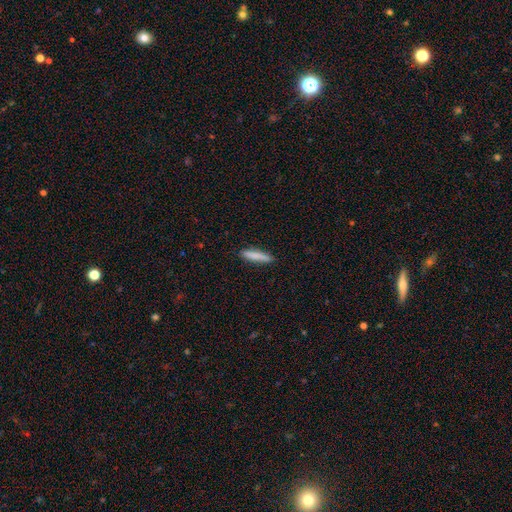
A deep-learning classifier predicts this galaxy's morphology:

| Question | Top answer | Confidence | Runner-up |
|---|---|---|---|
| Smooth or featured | smooth | 83% | featured or disk (11%) |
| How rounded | cigar-shaped | 84% | in between (14%) |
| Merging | none | 87% | minor disturbance (10%) |